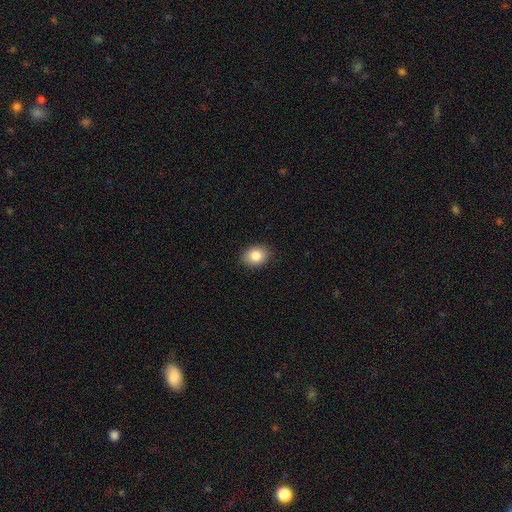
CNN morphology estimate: smooth-or-featured: smooth: 84% | star or artifact: 9% | featured or disk: 7%
  how-rounded: in between: 53% | round: 46% | cigar-shaped: 1%
  merging: none: 89% | minor disturbance: 8% | major disturbance: 2% | merger: 1%